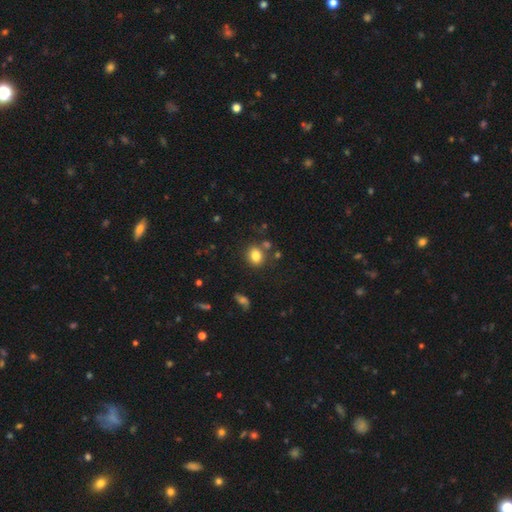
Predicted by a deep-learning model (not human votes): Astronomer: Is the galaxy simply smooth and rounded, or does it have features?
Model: smooth — 81%.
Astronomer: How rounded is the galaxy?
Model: round — 58% (runner-up: in between, 41%).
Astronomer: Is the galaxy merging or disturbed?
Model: none — 76%.